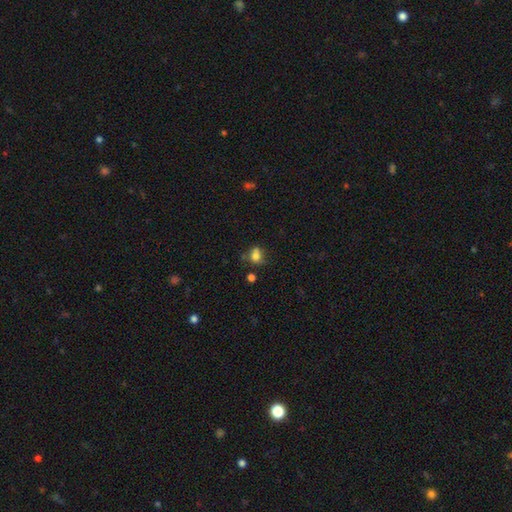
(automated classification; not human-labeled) Smooth or featured: smooth — 74% (star or artifact — 13%)
How rounded: round — 58% (in between — 41%)
Merging: none — 46% (minor disturbance — 24%)